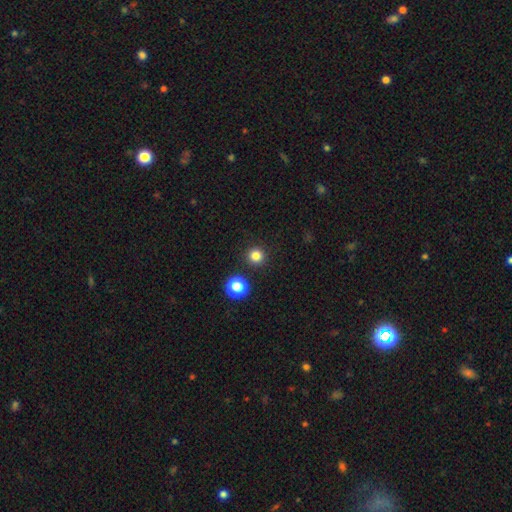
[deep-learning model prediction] A smooth galaxy with no disk features (81%) that is round (95%).

Vote fractions:
- Smooth or featured? smooth: 81% / star or artifact: 14% / featured or disk: 4%
- How rounded? round: 95% / in between: 4% / cigar-shaped: 1%
- Merging? none: 91% / minor disturbance: 5% / merger: 2% / major disturbance: 2%